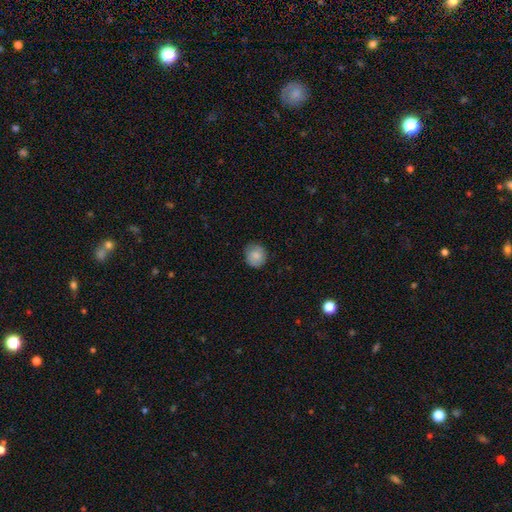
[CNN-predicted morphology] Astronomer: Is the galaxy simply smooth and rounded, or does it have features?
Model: smooth — 74%.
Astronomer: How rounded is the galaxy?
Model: round — 84%.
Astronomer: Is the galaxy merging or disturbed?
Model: none — 82%.